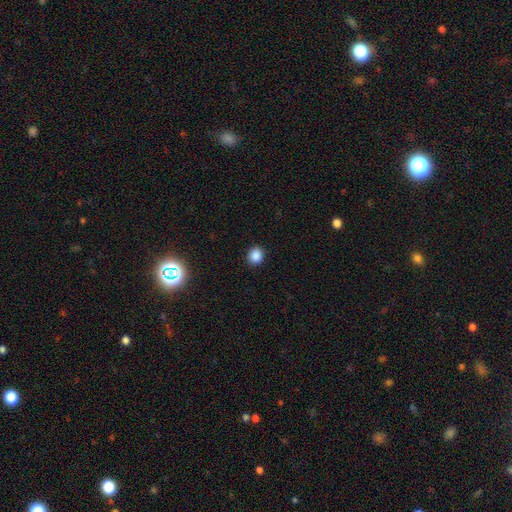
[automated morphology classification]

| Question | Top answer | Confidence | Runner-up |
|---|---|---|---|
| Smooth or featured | smooth | 86% | star or artifact (11%) |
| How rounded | round | 79% | in between (20%) |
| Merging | none | 91% | minor disturbance (6%) |